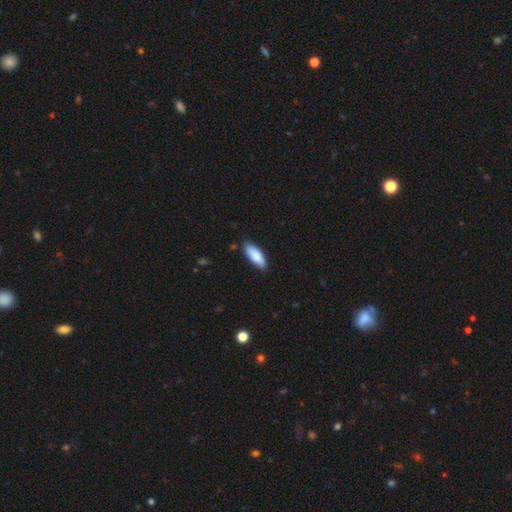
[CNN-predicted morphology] A smooth galaxy with no disk features (84%) that is in between round and cigar-shaped (68%). Merging: none (85%).